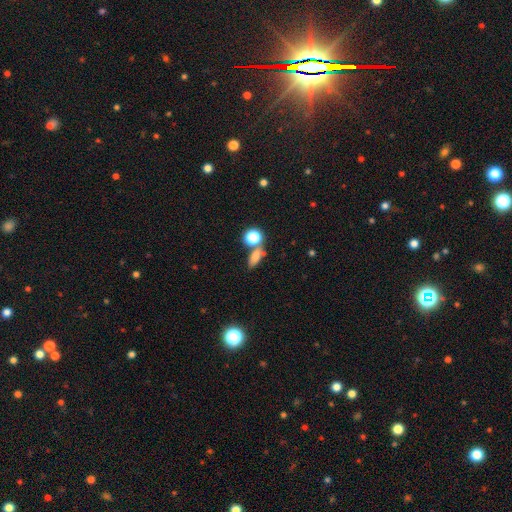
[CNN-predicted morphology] Q: Smooth or featured?
A: smooth (73%); runner-up: star or artifact (17%)
Q: How rounded?
A: in between (64%); runner-up: round (21%)
Q: Merging?
A: none (60%); runner-up: merger (23%)